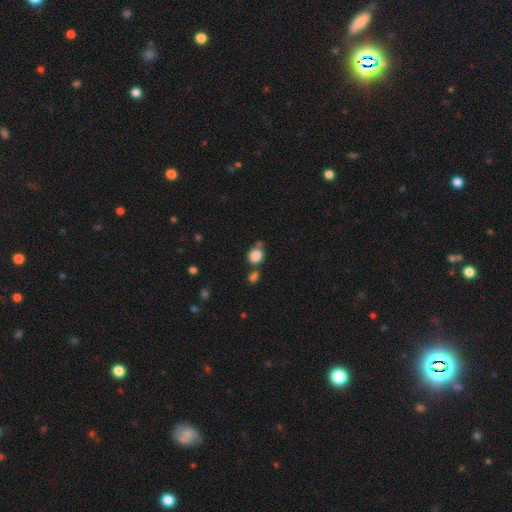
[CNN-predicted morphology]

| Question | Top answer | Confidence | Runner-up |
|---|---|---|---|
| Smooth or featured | smooth | 86% | star or artifact (10%) |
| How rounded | round | 76% | in between (23%) |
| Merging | none | 58% | merger (21%) |